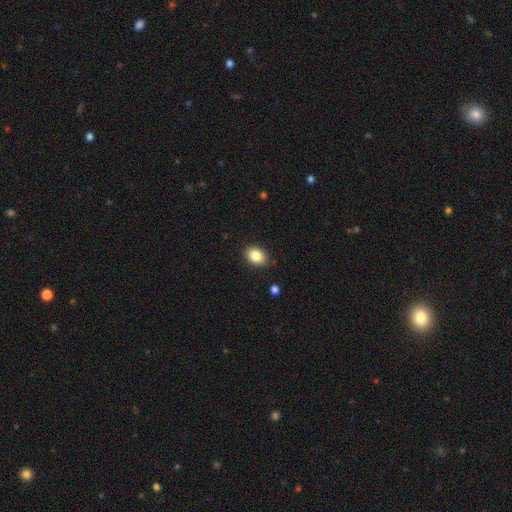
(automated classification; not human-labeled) smooth-or-featured: smooth: 85% | star or artifact: 9% | featured or disk: 6%
  how-rounded: in between: 71% | round: 28% | cigar-shaped: 1%
  merging: none: 87% | minor disturbance: 9% | major disturbance: 2% | merger: 1%